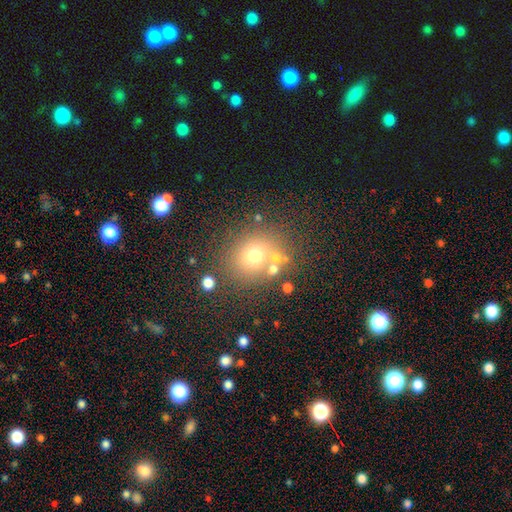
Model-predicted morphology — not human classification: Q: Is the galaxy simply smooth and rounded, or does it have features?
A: smooth — 66%.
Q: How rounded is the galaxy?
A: round — 76%.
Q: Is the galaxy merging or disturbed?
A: none — 69%.